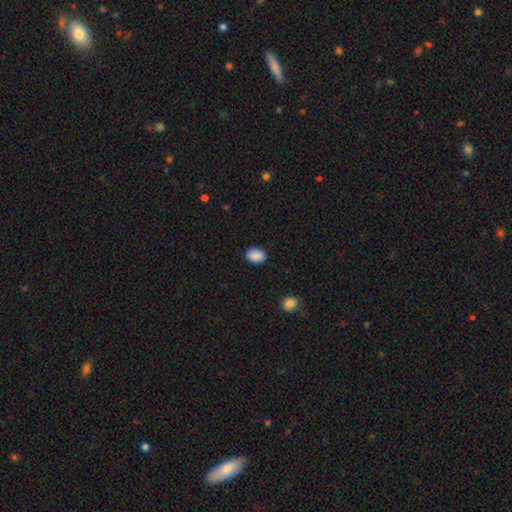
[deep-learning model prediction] Smooth or featured: smooth — 90% (star or artifact — 7%)
How rounded: in between — 72% (round — 27%)
Merging: none — 88% (minor disturbance — 8%)